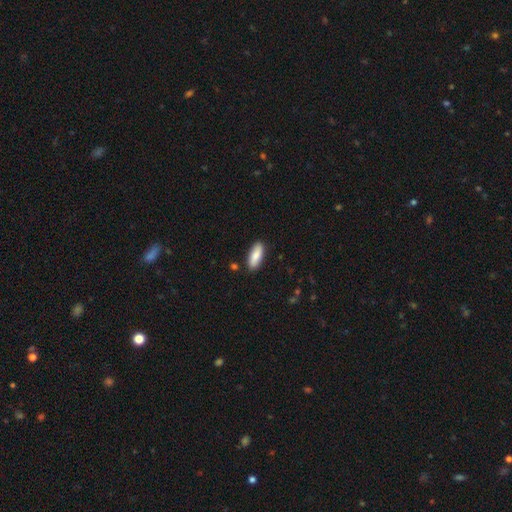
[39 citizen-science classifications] Overall: smooth (90%). How rounded: in between (54%; cigar-shaped 43%). Merging: none (92%).